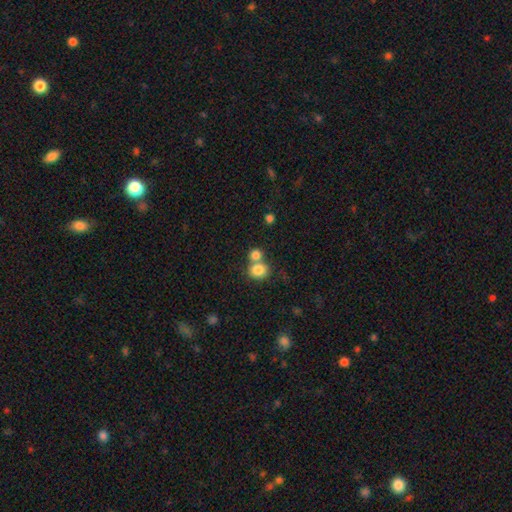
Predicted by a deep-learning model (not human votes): Overall: smooth (81%). How rounded: round (75%). Merging: merger (49%; none 41%).